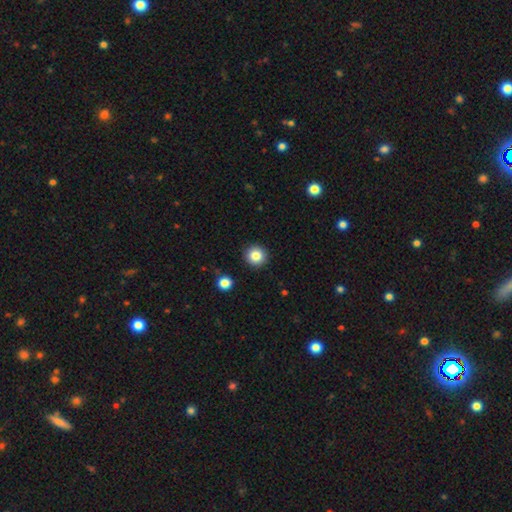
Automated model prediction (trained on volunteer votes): Q: Smooth or featured?
A: smooth (83%); runner-up: star or artifact (10%)
Q: How rounded?
A: round (94%); runner-up: in between (5%)
Q: Merging?
A: none (91%); runner-up: minor disturbance (5%)